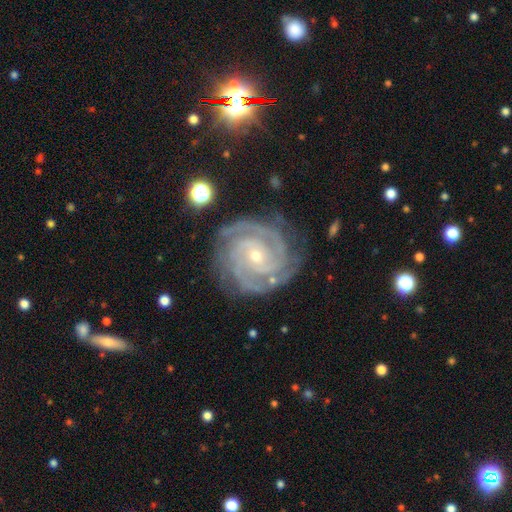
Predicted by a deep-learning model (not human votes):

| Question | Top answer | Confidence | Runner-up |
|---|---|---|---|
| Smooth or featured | featured or disk | 92% | star or artifact (5%) |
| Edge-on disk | no | 98% | yes (2%) |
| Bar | no | 64% | weak (25%) |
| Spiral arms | yes | 99% | no (1%) |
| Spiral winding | tight | 78% | medium (20%) |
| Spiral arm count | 3 | 33% | 2 (29%) |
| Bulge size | small | 74% | moderate (23%) |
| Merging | none | 79% | minor disturbance (15%) |